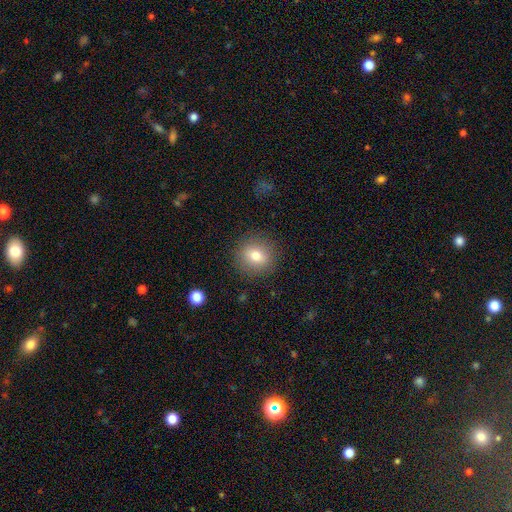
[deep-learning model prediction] Smooth or featured? Predicted: smooth (p=0.76). How rounded? Predicted: round (p=0.84). Merging? Predicted: none (p=0.87).